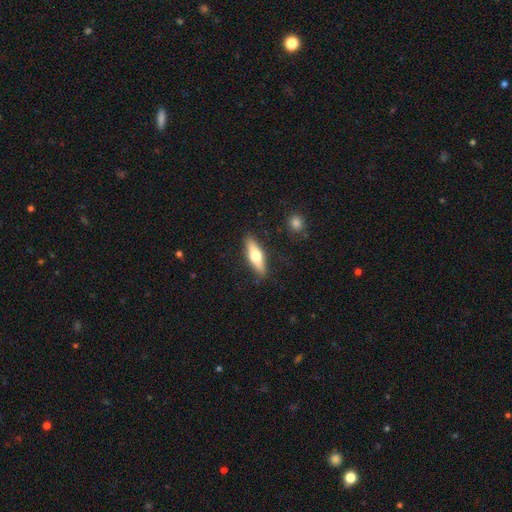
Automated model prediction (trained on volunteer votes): Smooth or featured? Predicted: smooth (p=0.51). How rounded? Predicted: cigar-shaped (p=0.59). Merging? Predicted: none (p=0.86).